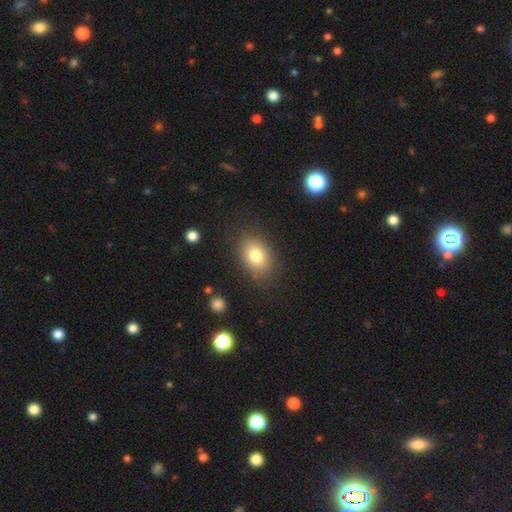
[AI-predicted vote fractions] Smooth or featured? Predicted: smooth (p=0.80). How rounded? Predicted: in between (p=0.74). Merging? Predicted: none (p=0.83).